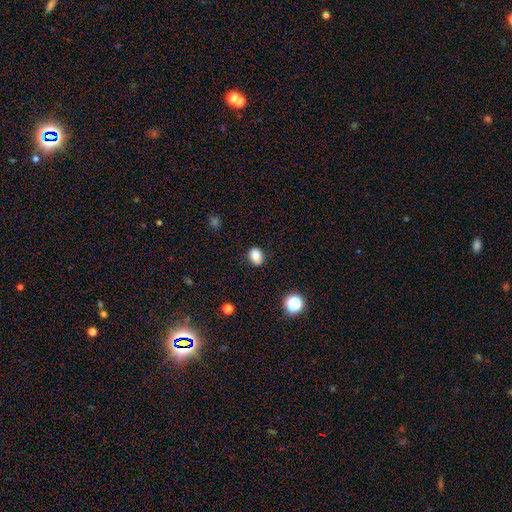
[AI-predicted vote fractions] Smooth or featured? Predicted: smooth (p=0.84). How rounded? Predicted: in between (p=0.58). Merging? Predicted: none (p=0.82).